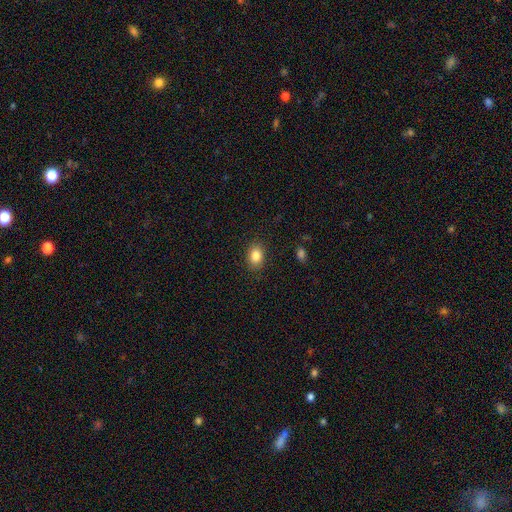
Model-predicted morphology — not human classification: A smooth galaxy with no disk features (84%) that is in between round and cigar-shaped (73%).

Vote fractions:
- Smooth or featured? smooth: 84% / star or artifact: 9% / featured or disk: 7%
- How rounded? in between: 73% / round: 26% / cigar-shaped: 1%
- Merging? none: 87% / minor disturbance: 9% / major disturbance: 3% / merger: 1%